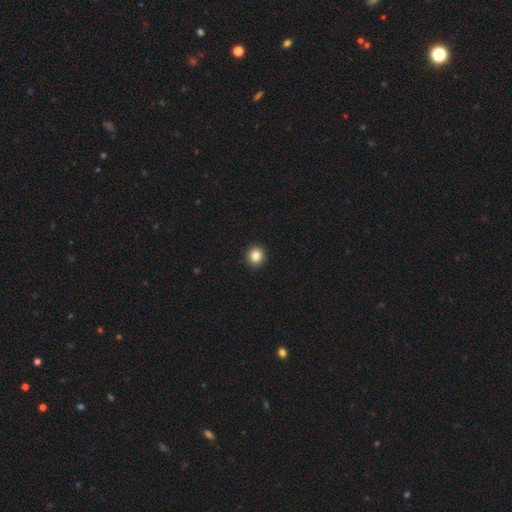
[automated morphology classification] Smooth or featured?
  - smooth: 85% *
  - star or artifact: 10%
  - featured or disk: 5%
How rounded?
  - round: 89% *
  - in between: 10%
  - cigar-shaped: 1%
Merging?
  - none: 92% *
  - minor disturbance: 5%
  - major disturbance: 2%
  - merger: 1%